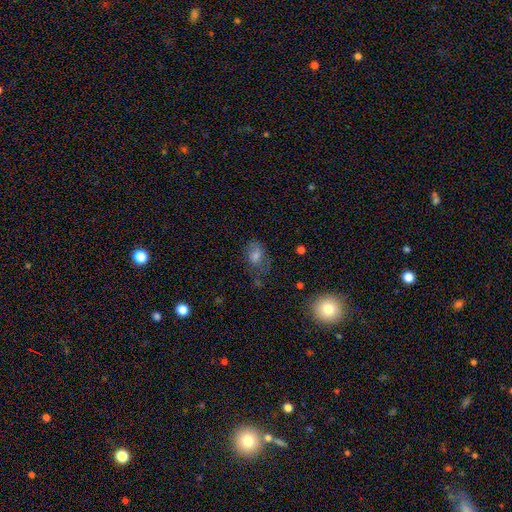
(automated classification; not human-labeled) Smooth or featured?
  - smooth: 54% *
  - featured or disk: 27%
  - star or artifact: 18%
How rounded?
  - in between: 72% *
  - round: 26%
  - cigar-shaped: 2%
Merging?
  - none: 57% *
  - minor disturbance: 24%
  - major disturbance: 15%
  - merger: 3%